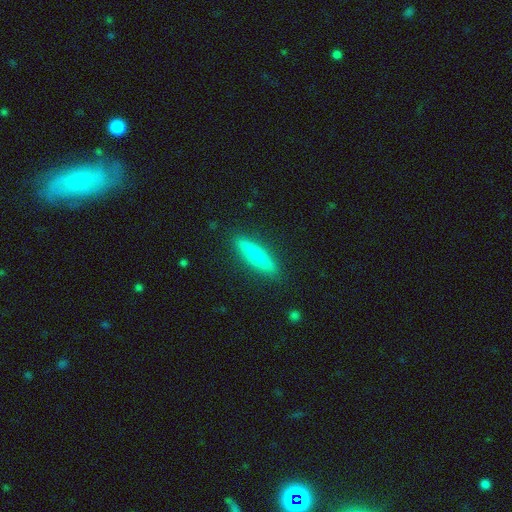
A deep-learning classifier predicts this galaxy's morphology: Smooth or featured: smooth — 52% (featured or disk — 42%)
How rounded: cigar-shaped — 87% (in between — 11%)
Merging: none — 90% (minor disturbance — 7%)